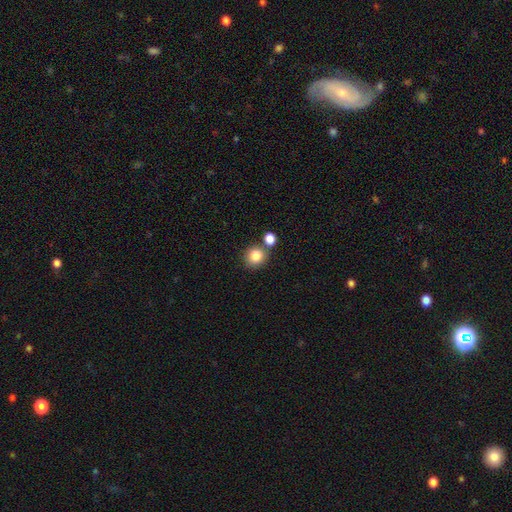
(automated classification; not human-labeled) A smooth galaxy with no disk features (84%) that is round (86%). Merging: none (69%).